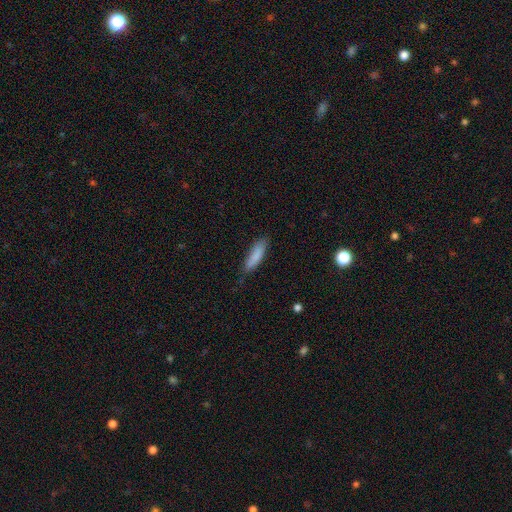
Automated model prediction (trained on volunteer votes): A smooth galaxy with no disk features (85%) that is cigar-shaped (68%). Merging: none (75%).